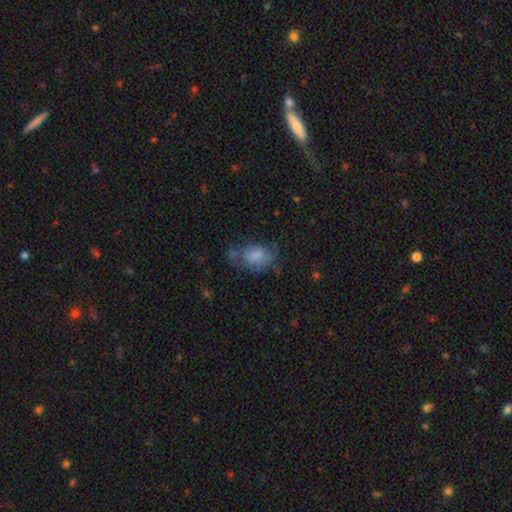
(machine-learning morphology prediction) Smooth or featured? Predicted: smooth (p=0.74). How rounded? Predicted: in between (p=0.78). Merging? Predicted: none (p=0.39).